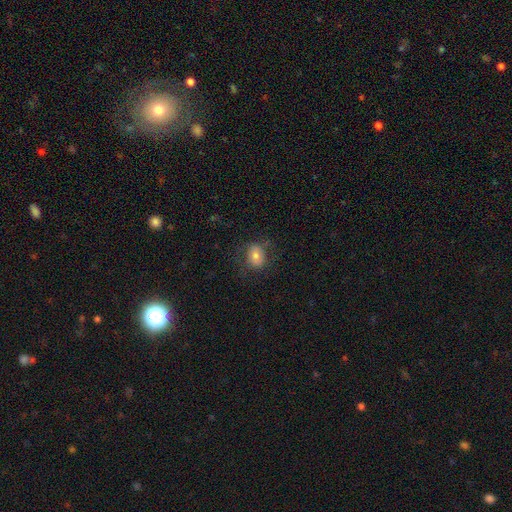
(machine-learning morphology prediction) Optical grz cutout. It shows a smooth galaxy with no disk features (69%) that is in between round and cigar-shaped (55%). Merging: none (72%).